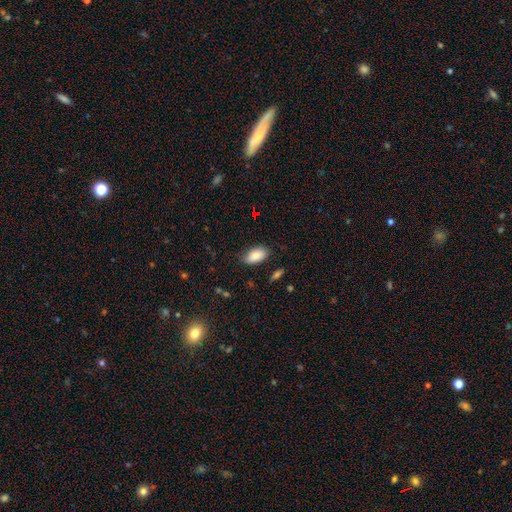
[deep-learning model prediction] Smooth or featured?
  - smooth: 85% *
  - featured or disk: 8%
  - star or artifact: 7%
How rounded?
  - in between: 94% *
  - round: 3%
  - cigar-shaped: 3%
Merging?
  - none: 77% *
  - minor disturbance: 18%
  - major disturbance: 3%
  - merger: 2%